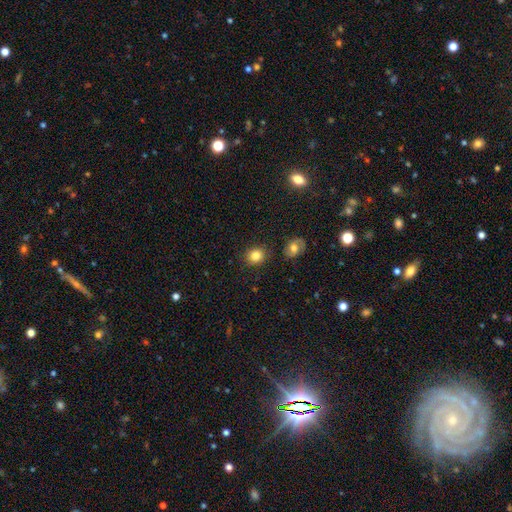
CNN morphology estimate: smooth-or-featured: smooth: 83% | star or artifact: 10% | featured or disk: 7%
  how-rounded: round: 70% | in between: 29% | cigar-shaped: 1%
  merging: none: 84% | minor disturbance: 9% | merger: 4% | major disturbance: 3%